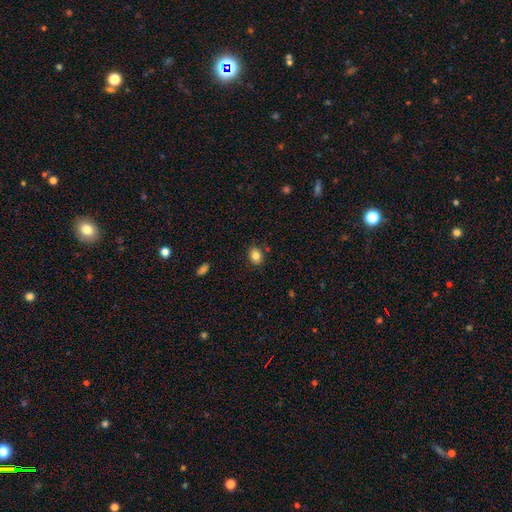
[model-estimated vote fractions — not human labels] smooth-or-featured: smooth: 84% | star or artifact: 9% | featured or disk: 7%
  how-rounded: in between: 61% | round: 38% | cigar-shaped: 1%
  merging: none: 85% | minor disturbance: 10% | major disturbance: 3% | merger: 2%